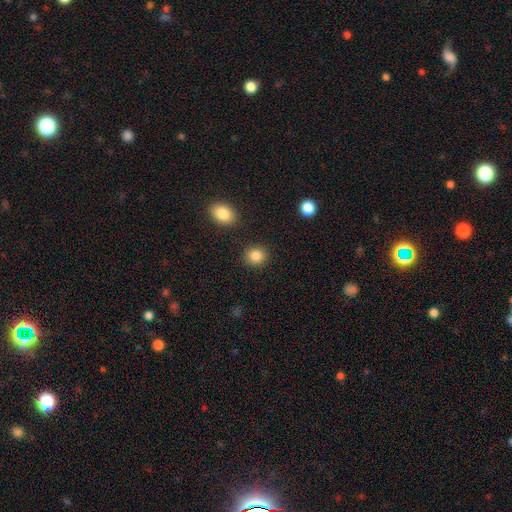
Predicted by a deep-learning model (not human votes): A smooth galaxy with no disk features (86%) that is round (80%).

Vote fractions:
- Smooth or featured? smooth: 86% / star or artifact: 9% / featured or disk: 5%
- How rounded? round: 80% / in between: 19% / cigar-shaped: 1%
- Merging? none: 88% / minor disturbance: 7% / merger: 3% / major disturbance: 2%